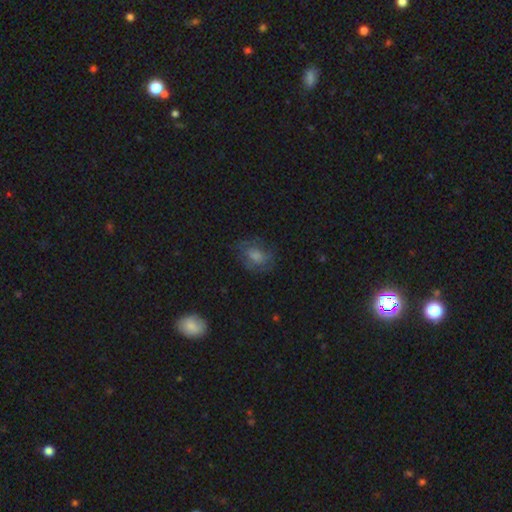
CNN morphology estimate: This appears to be a smooth galaxy with no disk features (48%). Merging: none (69%).